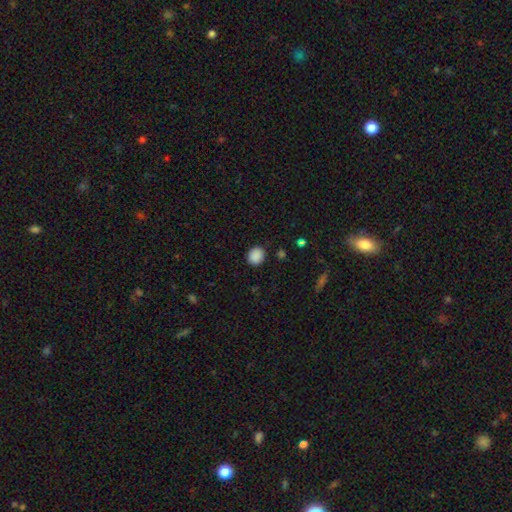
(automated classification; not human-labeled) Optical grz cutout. It shows a smooth galaxy with no disk features (88%) that is round (73%). Merging: none (87%).